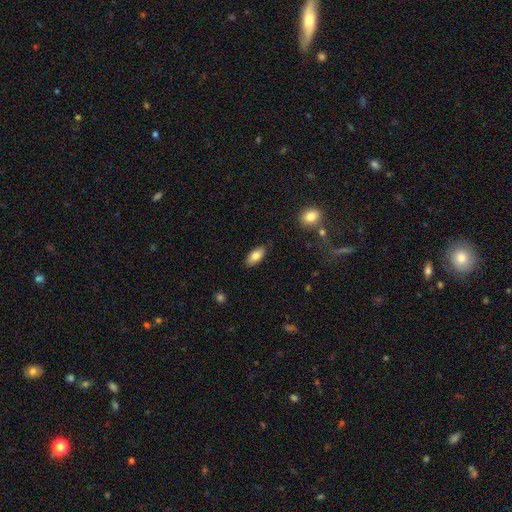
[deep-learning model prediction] A smooth galaxy with no disk features (79%) that is in between round and cigar-shaped (89%). Merging: none (86%).